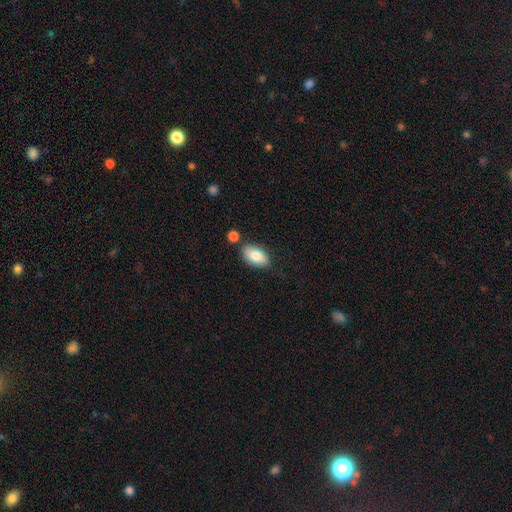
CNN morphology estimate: smooth_or_featured: smooth (p=0.83) [alt: featured or disk p=0.11]
how_rounded: in between (p=0.93) [alt: round p=0.05]
merging: none (p=0.76) [alt: minor disturbance p=0.13]